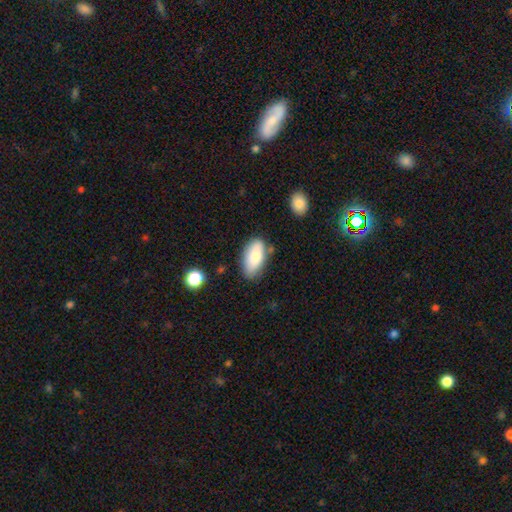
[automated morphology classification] This appears to be a smooth galaxy with no disk features (79%) that is in between round and cigar-shaped (91%). Merging: none (73%).